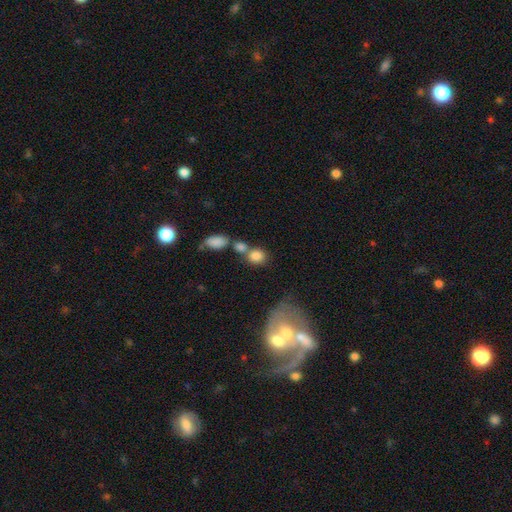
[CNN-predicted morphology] A smooth galaxy with no disk features (82%) that is round (62%).

Vote fractions:
- Smooth or featured? smooth: 82% / star or artifact: 9% / featured or disk: 8%
- How rounded? round: 62% / in between: 36% / cigar-shaped: 2%
- Merging? none: 42% (tied) / merger: 42% (tied) / minor disturbance: 10% / major disturbance: 6%